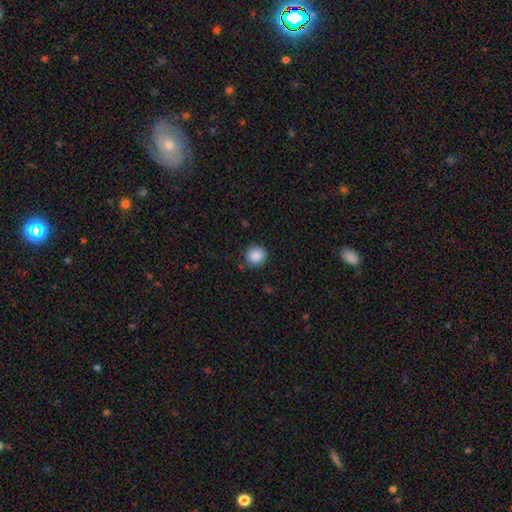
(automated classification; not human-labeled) Overall: smooth (87%). How rounded: round (89%). Merging: none (88%).